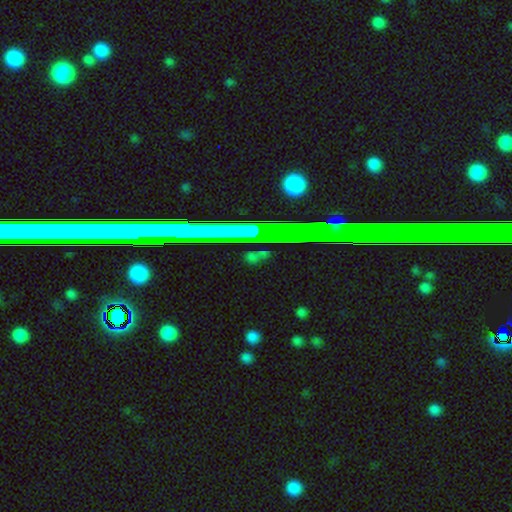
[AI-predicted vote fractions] A star or artifact, not a galaxy (62%).